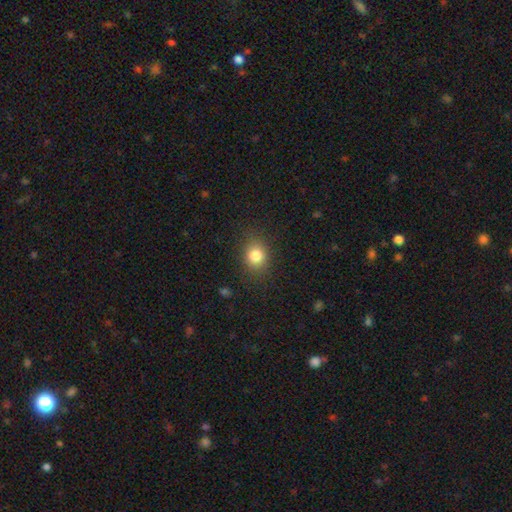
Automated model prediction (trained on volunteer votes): A smooth galaxy with no disk features (81%) that is round (62%).

Vote fractions:
- Smooth or featured? smooth: 81% / star or artifact: 12% / featured or disk: 7%
- How rounded? round: 62% / in between: 37% / cigar-shaped: 1%
- Merging? none: 84% / minor disturbance: 11% / major disturbance: 4% / merger: 1%